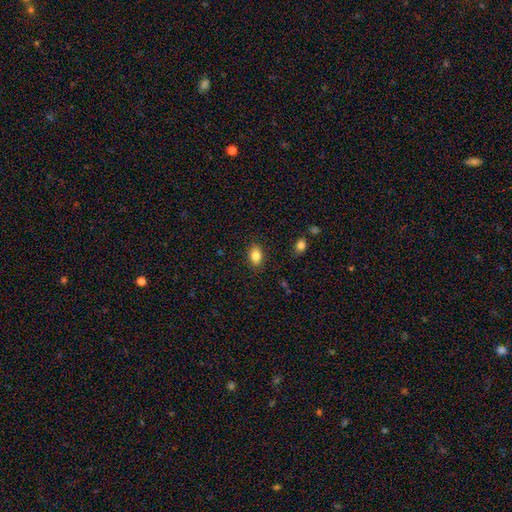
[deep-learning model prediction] Smooth or featured?
  - smooth: 85% *
  - star or artifact: 9%
  - featured or disk: 6%
How rounded?
  - in between: 81% *
  - round: 17%
  - cigar-shaped: 1%
Merging?
  - none: 86% *
  - minor disturbance: 10%
  - major disturbance: 3%
  - merger: 1%